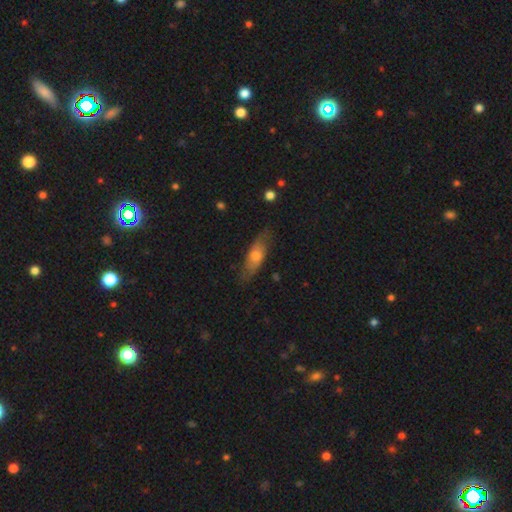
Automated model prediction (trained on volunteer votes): Morphology: type=smooth (57%); roundness=in between (57%); merging=none (76%).